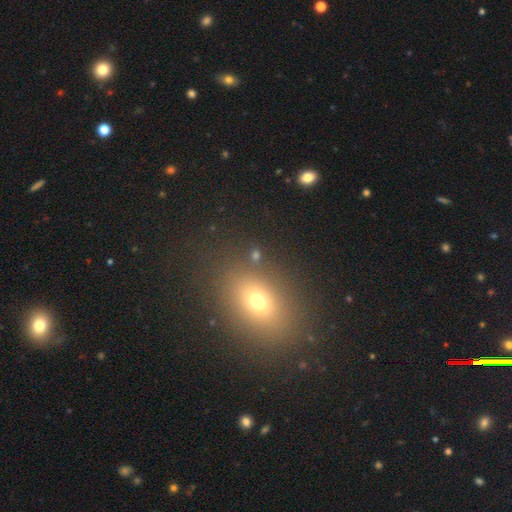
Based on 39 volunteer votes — Smooth or featured? 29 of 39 (74%) said smooth. How rounded? 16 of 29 (55%) said round. Merging? 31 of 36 (86%) said none.